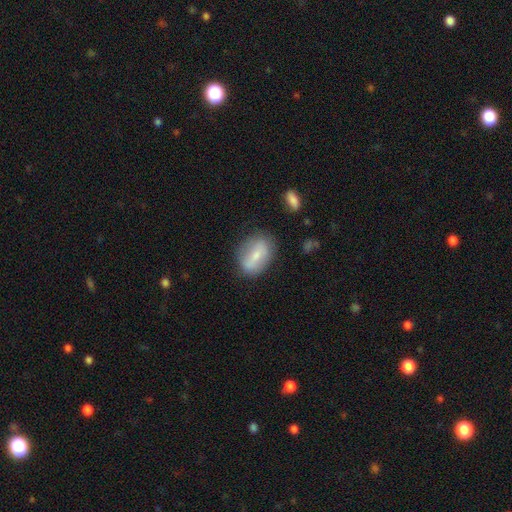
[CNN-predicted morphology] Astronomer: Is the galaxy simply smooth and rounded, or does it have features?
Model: smooth — 61%.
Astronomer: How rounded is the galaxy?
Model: in between — 80%.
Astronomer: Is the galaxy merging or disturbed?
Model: none — 71%.